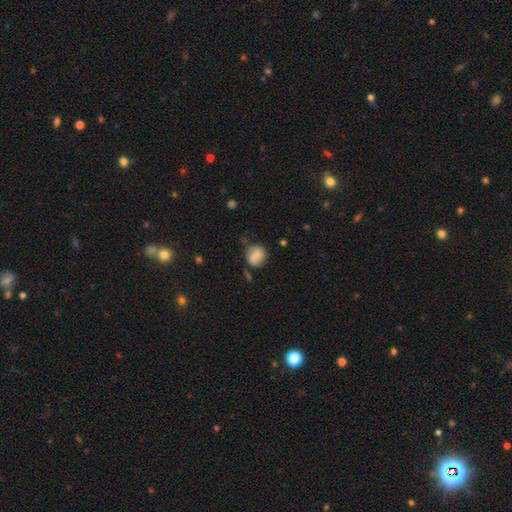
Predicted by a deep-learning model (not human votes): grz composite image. It shows a smooth galaxy with no disk features (70%) that is round (79%). Merging: none (59%).